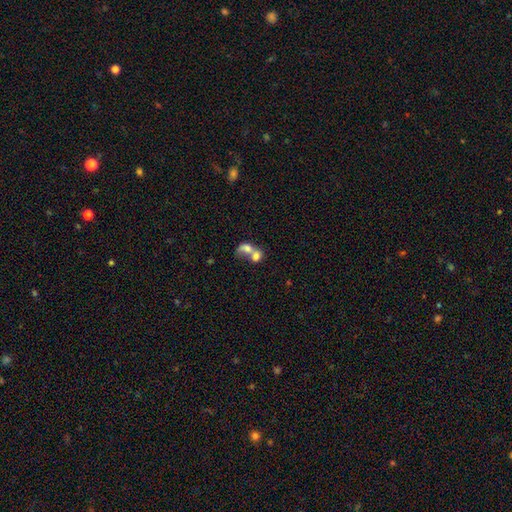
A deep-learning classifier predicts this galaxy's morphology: Smooth or featured?
  - smooth: 67% *
  - featured or disk: 24%
  - star or artifact: 9%
How rounded?
  - in between: 57% *
  - round: 41%
  - cigar-shaped: 2%
Merging?
  - merger: 80% *
  - none: 10%
  - major disturbance: 6%
  - minor disturbance: 4%